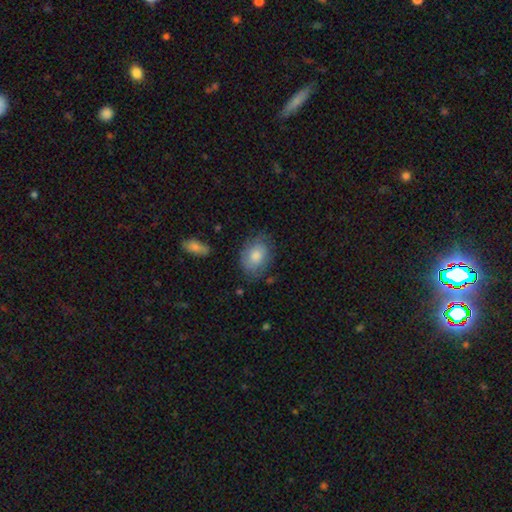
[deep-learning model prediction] smooth_or_featured: smooth (p=0.68) [alt: featured or disk p=0.25]
how_rounded: in between (p=0.76) [alt: round p=0.23]
merging: none (p=0.72) [alt: minor disturbance p=0.20]